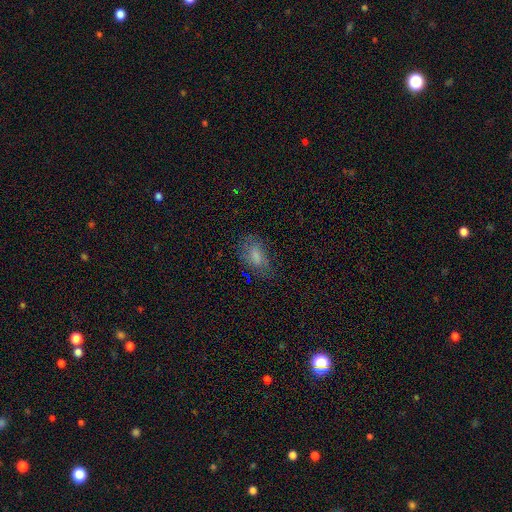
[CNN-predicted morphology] Smooth or featured?
  - smooth: 68% *
  - featured or disk: 21%
  - star or artifact: 11%
How rounded?
  - in between: 88% *
  - round: 7%
  - cigar-shaped: 5%
Merging?
  - none: 61% *
  - minor disturbance: 25%
  - major disturbance: 13%
  - merger: 2%